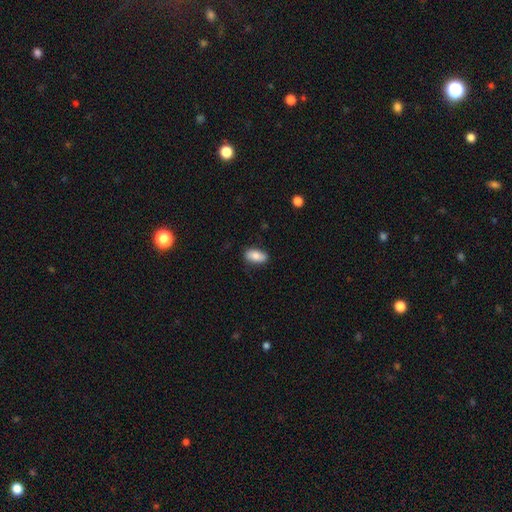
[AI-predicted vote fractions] This appears to be a smooth galaxy with no disk features (80%) that is in between round and cigar-shaped (91%). Merging: none (82%).